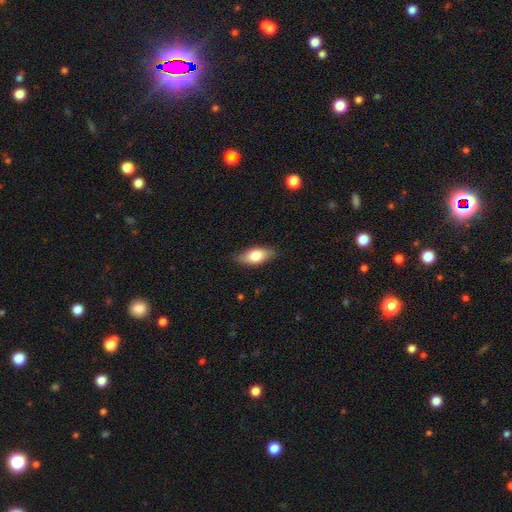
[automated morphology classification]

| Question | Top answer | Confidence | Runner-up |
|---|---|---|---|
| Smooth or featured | smooth | 75% | featured or disk (19%) |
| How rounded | in between | 84% | cigar-shaped (13%) |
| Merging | none | 80% | minor disturbance (16%) |